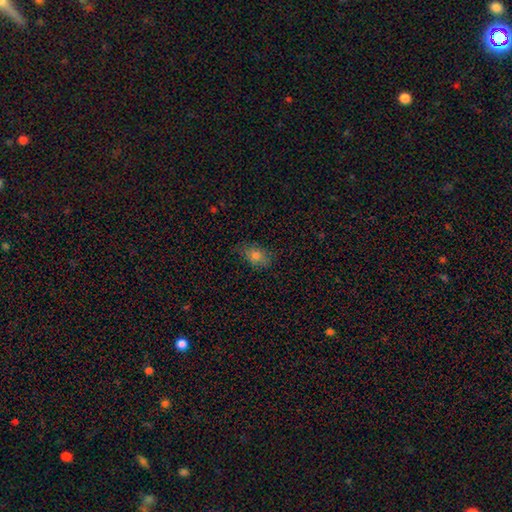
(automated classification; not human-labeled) Smooth or featured?
  - smooth: 75% *
  - star or artifact: 14%
  - featured or disk: 11%
How rounded?
  - in between: 74% *
  - round: 23%
  - cigar-shaped: 3%
Merging?
  - none: 77% *
  - minor disturbance: 18%
  - major disturbance: 4%
  - merger: 1%